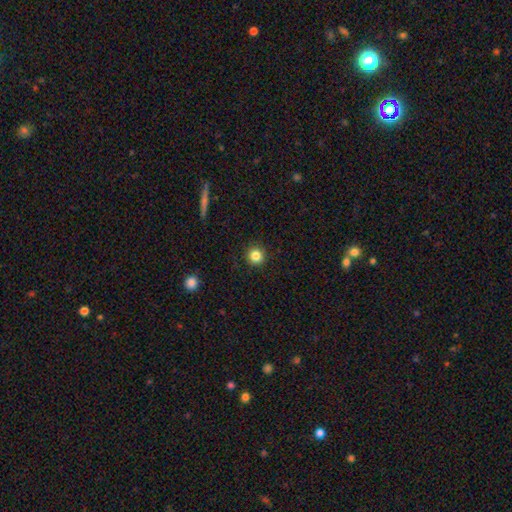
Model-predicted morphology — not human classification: Smooth or featured?
  - smooth: 83% *
  - star or artifact: 12%
  - featured or disk: 5%
How rounded?
  - round: 94% *
  - in between: 5%
  - cigar-shaped: 1%
Merging?
  - none: 92% *
  - minor disturbance: 5%
  - major disturbance: 2%
  - merger: 1%